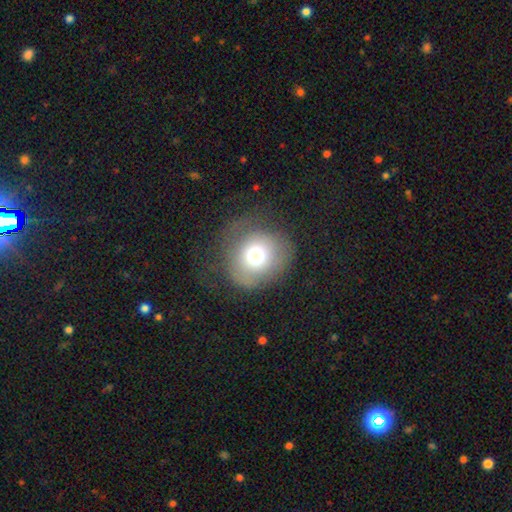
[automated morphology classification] smooth_or_featured: smooth (p=0.68) [alt: featured or disk p=0.20]
how_rounded: round (p=0.85) [alt: in between p=0.14]
merging: none (p=0.59) [alt: minor disturbance p=0.20]